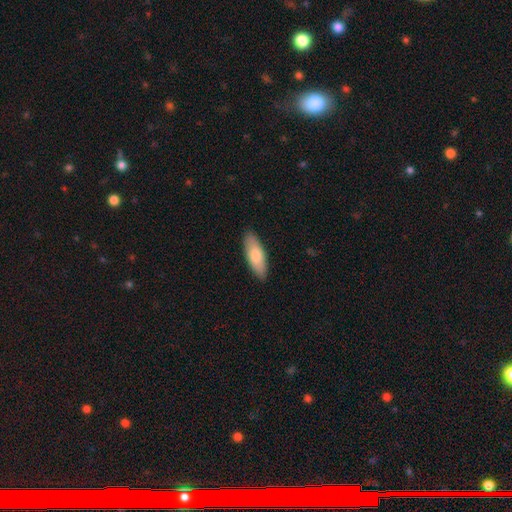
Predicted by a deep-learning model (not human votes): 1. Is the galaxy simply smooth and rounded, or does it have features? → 80% smooth, 15% featured or disk, 5% star or artifact.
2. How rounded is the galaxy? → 70% in between, 28% cigar-shaped, 2% round.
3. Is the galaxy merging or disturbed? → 87% none, 10% minor disturbance, 2% major disturbance, 1% merger.